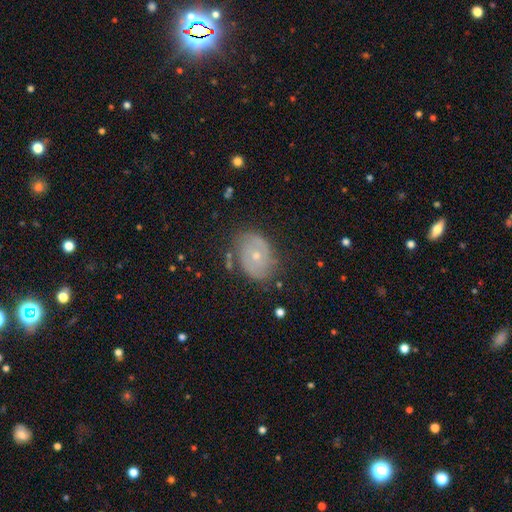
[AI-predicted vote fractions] A featured or disk galaxy (63%) with no bar (78%), spiral arms (70%) and a small central bulge (58%). Merging: none (73%).